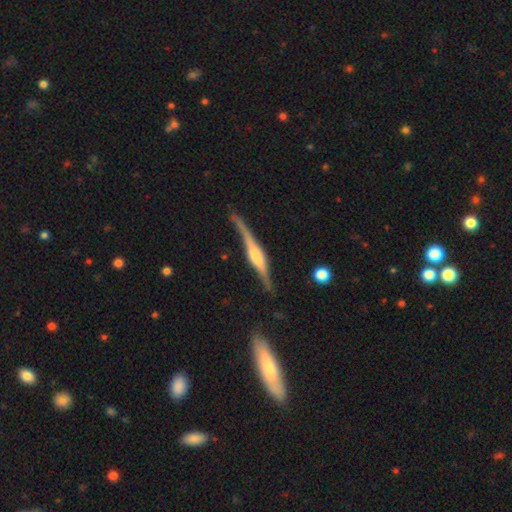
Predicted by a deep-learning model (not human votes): Q: Smooth or featured?
A: featured or disk (79%); runner-up: smooth (16%)
Q: Edge-on disk?
A: yes (97%); runner-up: no (3%)
Q: Edge-on bulge?
A: rounded (53%); runner-up: boxy (38%)
Q: Merging?
A: none (80%); runner-up: minor disturbance (14%)